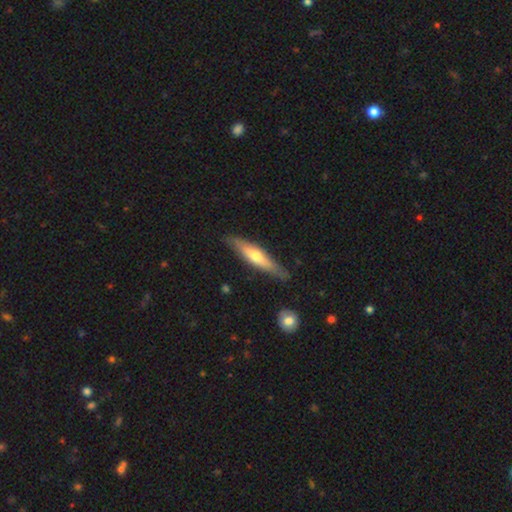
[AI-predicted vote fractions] This appears to be a featured or disk galaxy (49%). Merging: none (81%).